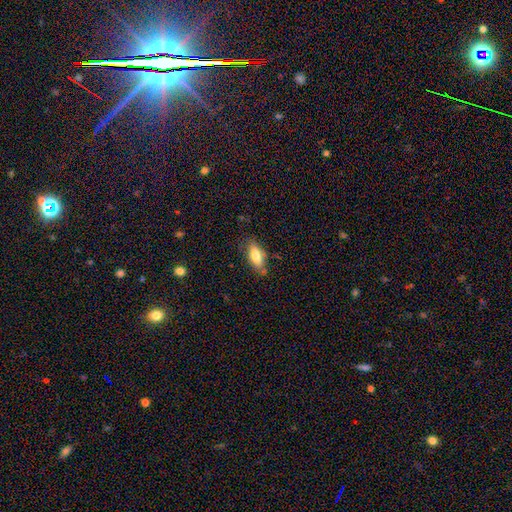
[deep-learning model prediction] smooth-or-featured: smooth: 77% | featured or disk: 16% | star or artifact: 7%
  how-rounded: in between: 78% | cigar-shaped: 19% | round: 2%
  merging: none: 71% | minor disturbance: 21% | major disturbance: 5% | merger: 3%